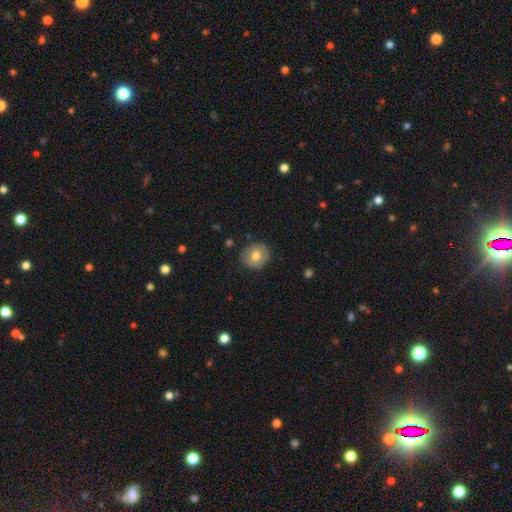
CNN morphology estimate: Q: Smooth or featured?
A: smooth (73%); runner-up: featured or disk (19%)
Q: How rounded?
A: round (76%); runner-up: in between (23%)
Q: Merging?
A: none (86%); runner-up: minor disturbance (10%)